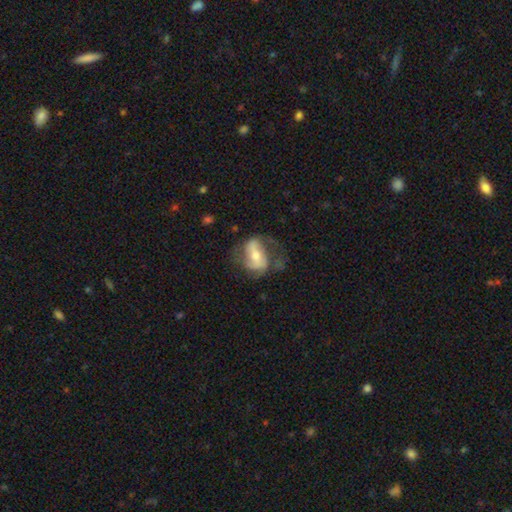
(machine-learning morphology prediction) Smooth or featured?
  - featured or disk: 68% *
  - smooth: 26%
  - star or artifact: 7%
Edge-on disk?
  - no: 94% *
  - yes: 6%
Bar?
  - strong: 40% *
  - weak: 34%
  - no: 26%
Spiral arms?
  - yes: 80% *
  - no: 20%
Spiral winding?
  - medium: 42% * (tied)
  - loose: 42% * (tied)
  - tight: 17%
Spiral arm count?
  - 2: 78% *
  - can't tell: 11%
  - 1: 6%
  - 3: 3%
  - 4: 1%
  - more than 4: 1%
Bulge size?
  - moderate: 55% *
  - small: 36%
  - large: 6%
  - none: 2%
  - dominant: 1%
Merging?
  - none: 49% *
  - major disturbance: 25%
  - minor disturbance: 24%
  - merger: 2%